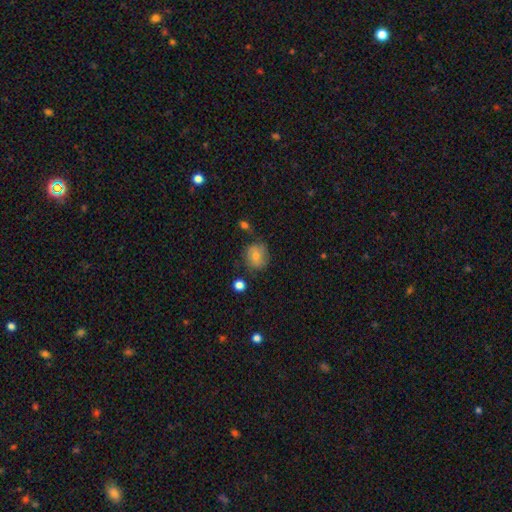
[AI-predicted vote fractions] Smooth or featured? smooth (61%)
How rounded? round (75%)
Merging? none (71%)